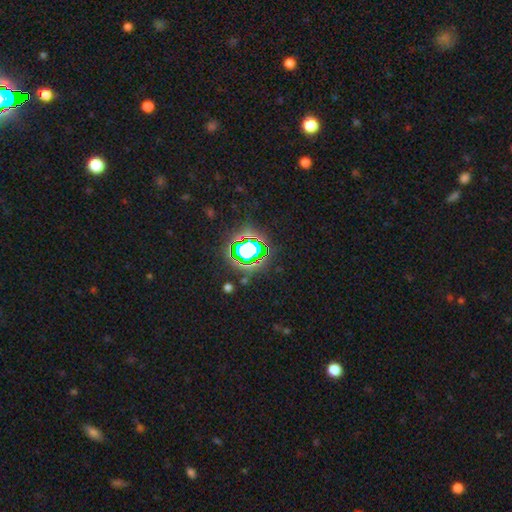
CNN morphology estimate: A star or artifact, not a galaxy (80%).